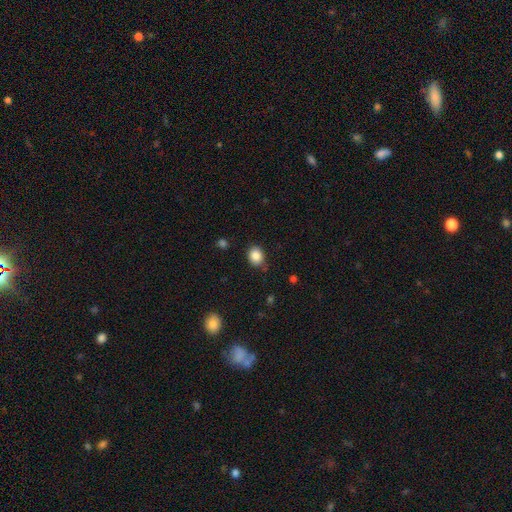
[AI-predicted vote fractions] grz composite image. It shows a smooth galaxy with no disk features (86%) that is round (57%). Merging: none (82%).